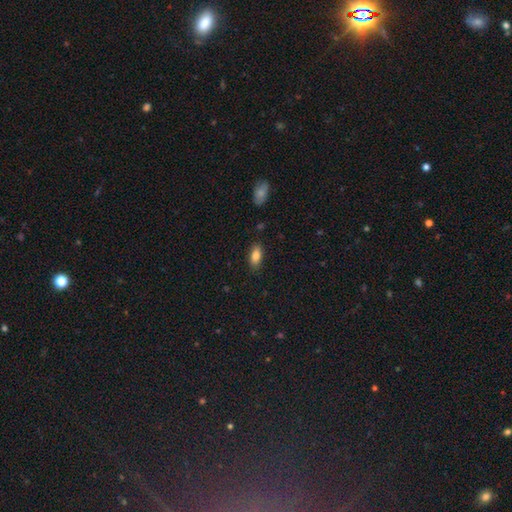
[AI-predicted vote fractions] Smooth or featured? Predicted: smooth (p=0.85). How rounded? Predicted: in between (p=0.87). Merging? Predicted: none (p=0.85).